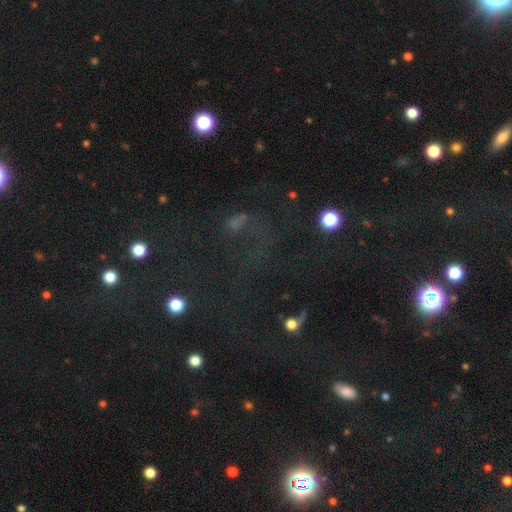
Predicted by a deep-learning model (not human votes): Morphology: type=star or artifact (59%).